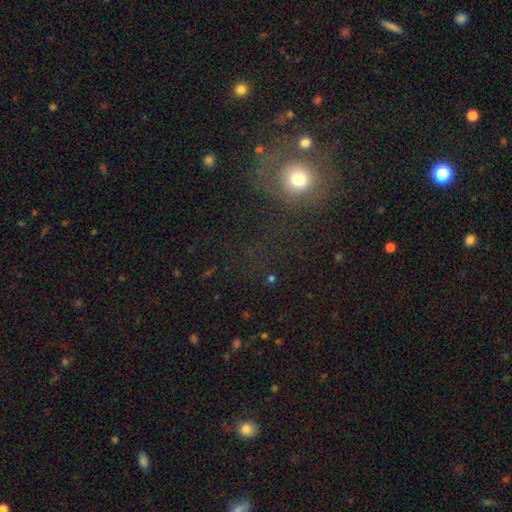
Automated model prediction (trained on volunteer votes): smooth 47%, star or artifact 40%, featured or disk 13%. Down the decision tree: merging — none (63%).